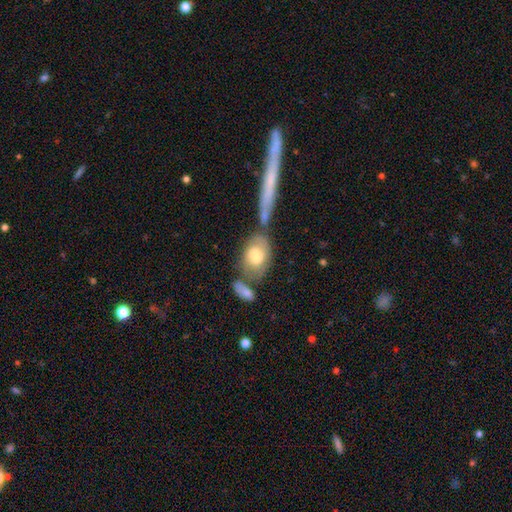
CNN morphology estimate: This is possibly a smooth galaxy (58%). How rounded: clearly in between (82%). Merging: marginally none (43%).